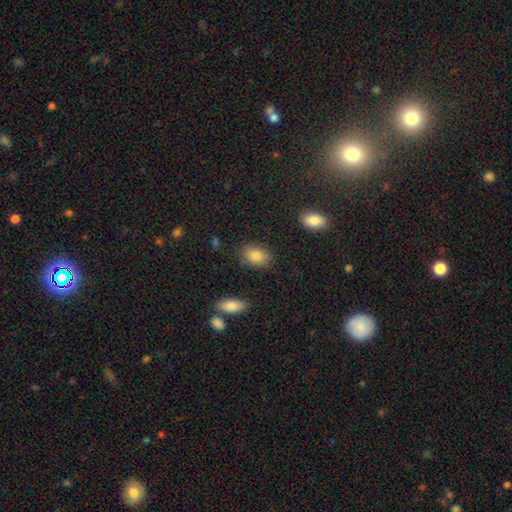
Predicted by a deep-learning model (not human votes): This is clearly a smooth galaxy (84%). How rounded: clearly in between (83%). Merging: clearly none (82%).